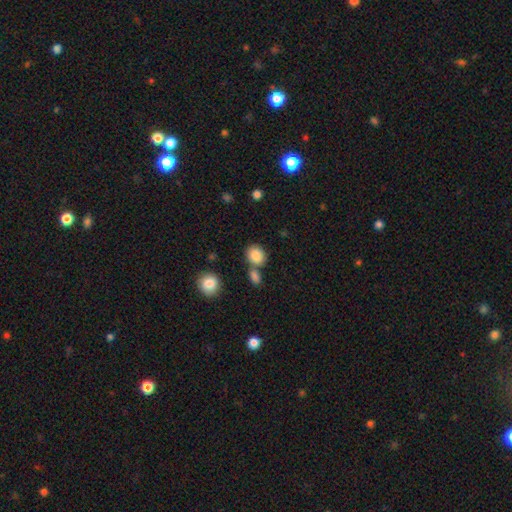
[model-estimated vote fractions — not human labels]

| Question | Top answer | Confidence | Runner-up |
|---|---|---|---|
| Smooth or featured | smooth | 86% | star or artifact (8%) |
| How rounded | round | 63% | in between (36%) |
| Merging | none | 61% | merger (25%) |